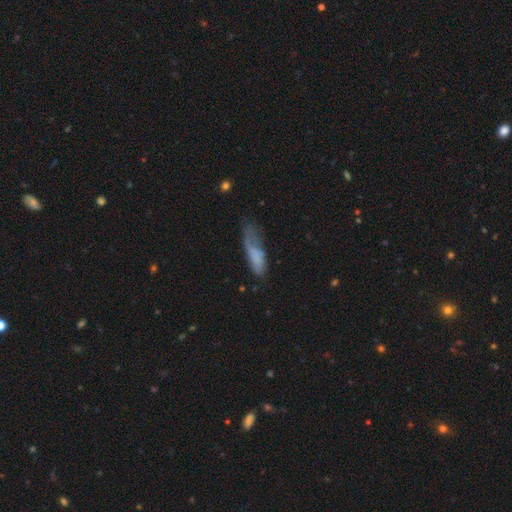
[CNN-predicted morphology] Smooth or featured: smooth — 60% (featured or disk — 31%)
How rounded: in between — 52% (cigar-shaped — 46%)
Merging: major disturbance — 35% (minor disturbance — 30%)